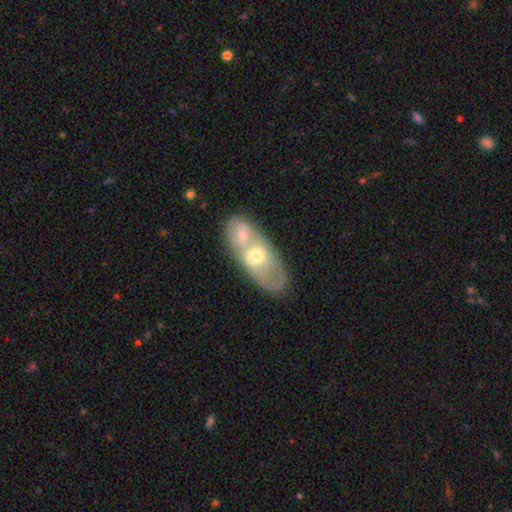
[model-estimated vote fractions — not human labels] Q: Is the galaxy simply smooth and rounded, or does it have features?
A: smooth — 48%.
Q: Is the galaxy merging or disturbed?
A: merger — 66%.